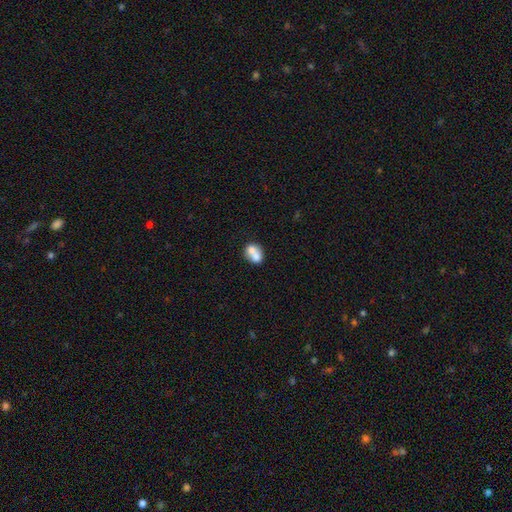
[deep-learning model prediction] smooth_or_featured: smooth (p=0.68) [alt: featured or disk p=0.23]
how_rounded: round (p=0.50) [alt: in between p=0.49]
merging: merger (p=0.65) [alt: none p=0.25]